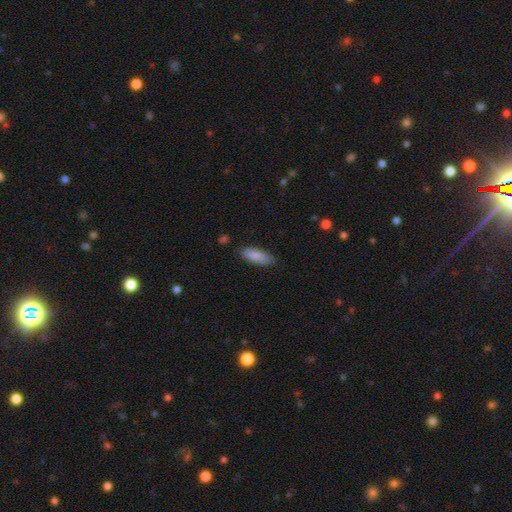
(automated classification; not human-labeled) smooth-or-featured: smooth: 80% | featured or disk: 14% | star or artifact: 6%
  how-rounded: in between: 79% | cigar-shaped: 19% | round: 2%
  merging: none: 76% | minor disturbance: 19% | major disturbance: 3% | merger: 2%